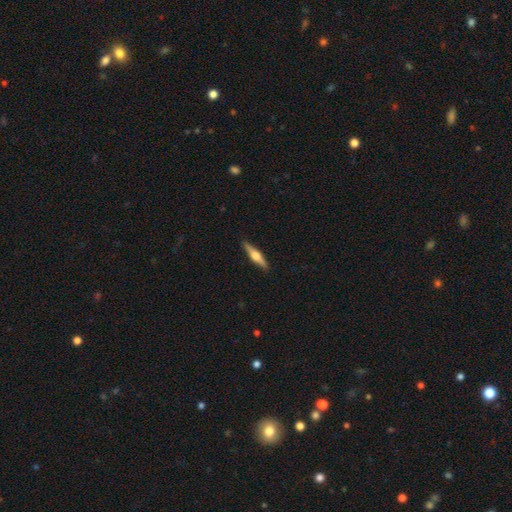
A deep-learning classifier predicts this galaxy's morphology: Q: Smooth or featured?
A: featured or disk (60%); runner-up: smooth (34%)
Q: Edge-on disk?
A: yes (97%); runner-up: no (3%)
Q: Edge-on bulge?
A: rounded (91%); runner-up: boxy (6%)
Q: Merging?
A: none (90%); runner-up: minor disturbance (7%)